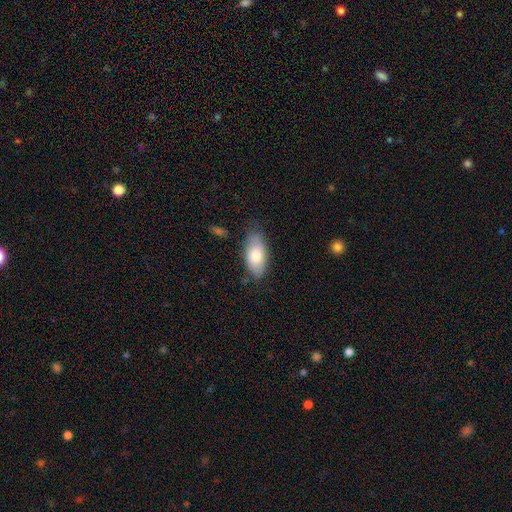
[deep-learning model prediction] smooth-or-featured: smooth: 77% | featured or disk: 17% | star or artifact: 6%
  how-rounded: in between: 90% | cigar-shaped: 8% | round: 3%
  merging: none: 74% | minor disturbance: 20% | major disturbance: 4% | merger: 2%